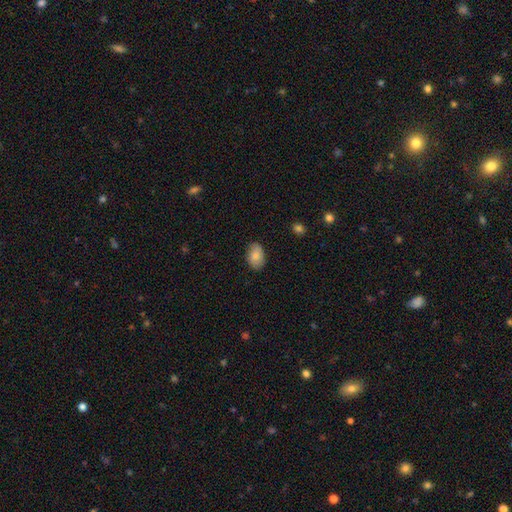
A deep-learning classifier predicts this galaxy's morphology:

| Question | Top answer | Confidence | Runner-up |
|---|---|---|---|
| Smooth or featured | smooth | 82% | featured or disk (11%) |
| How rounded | in between | 89% | round (10%) |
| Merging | none | 80% | minor disturbance (16%) |